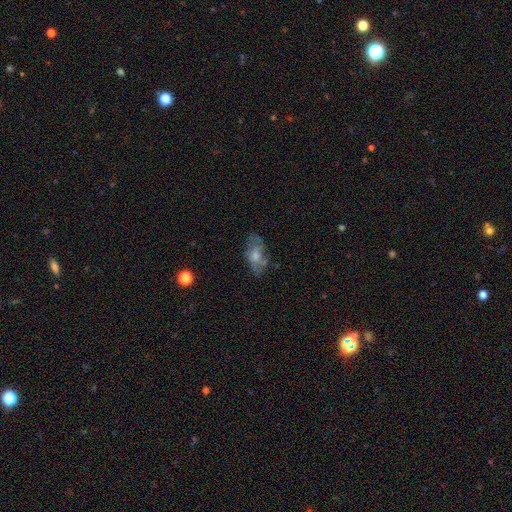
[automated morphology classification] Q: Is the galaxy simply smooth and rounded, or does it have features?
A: smooth — 53%.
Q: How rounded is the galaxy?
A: in between — 90%.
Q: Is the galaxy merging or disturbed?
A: none — 52%.